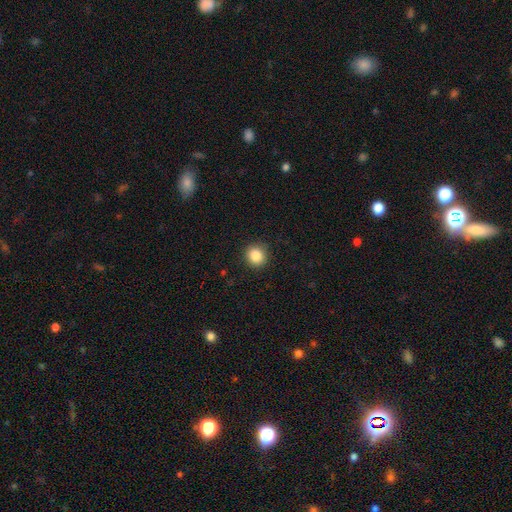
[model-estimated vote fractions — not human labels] smooth_or_featured: smooth (p=0.85) [alt: star or artifact p=0.10]
how_rounded: round (p=0.91) [alt: in between p=0.09]
merging: none (p=0.91) [alt: minor disturbance p=0.06]